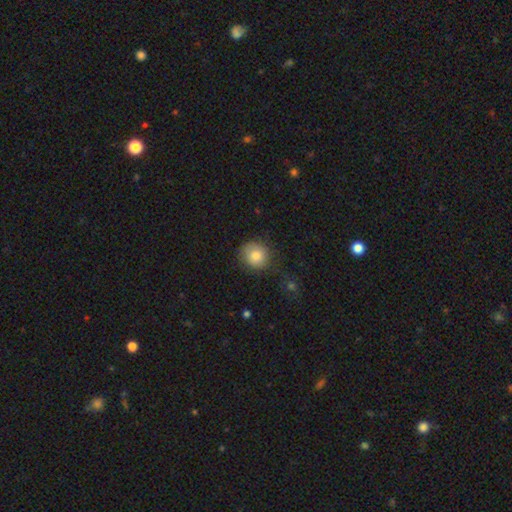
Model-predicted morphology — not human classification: smooth 81%, featured or disk 10%, star or artifact 9%. Down the decision tree: how rounded — round (86%); merging — none (74%).